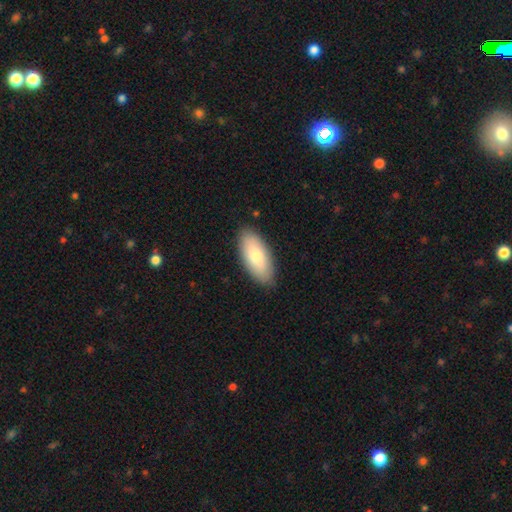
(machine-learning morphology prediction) Smooth or featured?
  - smooth: 76% *
  - featured or disk: 18%
  - star or artifact: 6%
How rounded?
  - in between: 89% *
  - cigar-shaped: 9%
  - round: 2%
Merging?
  - none: 87% *
  - minor disturbance: 10%
  - major disturbance: 2%
  - merger: 1%